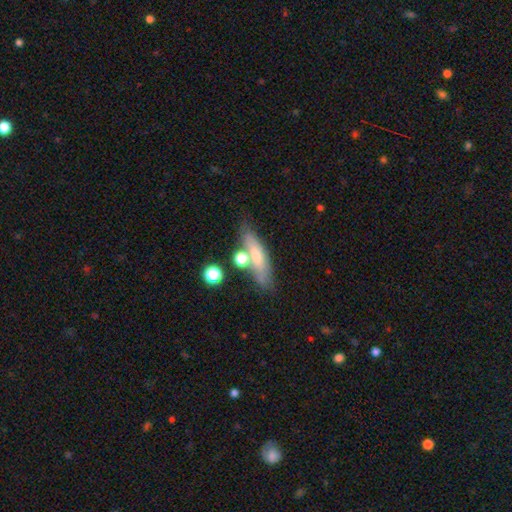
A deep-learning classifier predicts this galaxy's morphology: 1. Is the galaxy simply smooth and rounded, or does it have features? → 58% smooth, 32% featured or disk, 9% star or artifact.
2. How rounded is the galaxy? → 63% cigar-shaped, 32% in between, 5% round.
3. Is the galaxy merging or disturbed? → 64% none, 16% merger, 15% minor disturbance, 6% major disturbance.